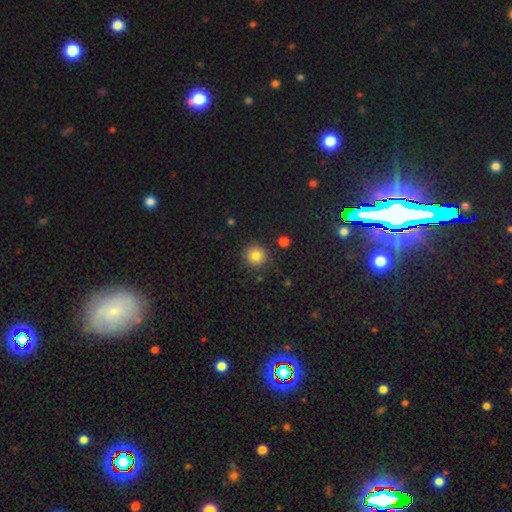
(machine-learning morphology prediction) Smooth or featured: smooth — 82% (star or artifact — 12%)
How rounded: round — 92% (in between — 7%)
Merging: none — 88% (minor disturbance — 8%)